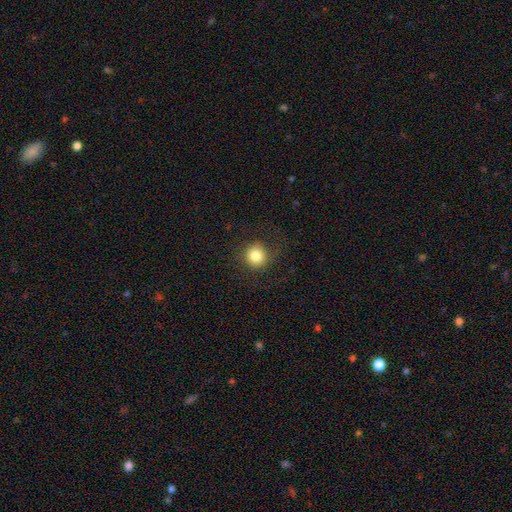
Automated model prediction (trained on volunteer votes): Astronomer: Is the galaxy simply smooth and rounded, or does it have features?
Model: smooth — 82%.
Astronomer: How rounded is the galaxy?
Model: round — 92%.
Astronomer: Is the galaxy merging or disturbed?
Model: none — 84%.